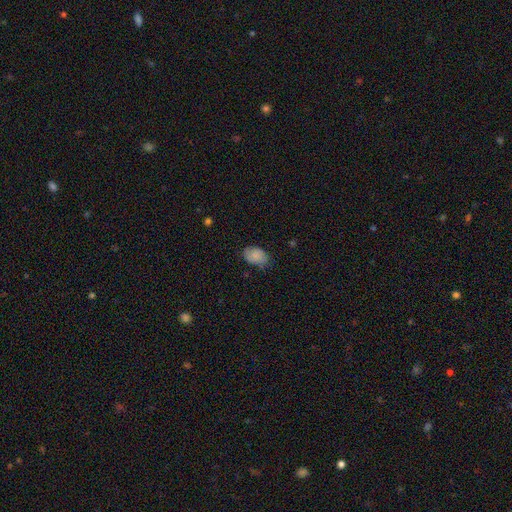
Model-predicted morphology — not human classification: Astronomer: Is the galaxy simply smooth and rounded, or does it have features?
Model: smooth — 82%.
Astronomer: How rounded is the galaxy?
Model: in between — 84%.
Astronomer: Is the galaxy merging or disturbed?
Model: none — 69%.